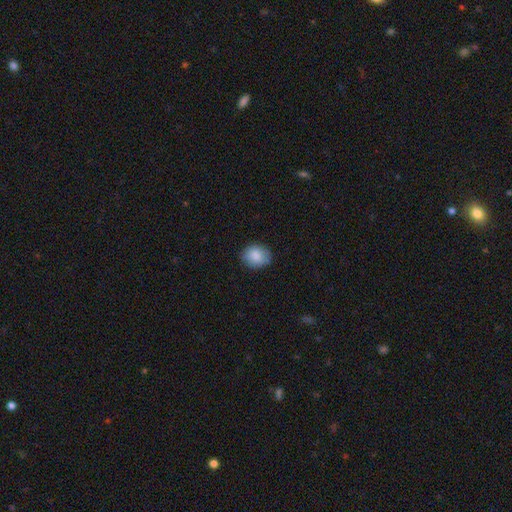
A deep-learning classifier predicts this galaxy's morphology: smooth-or-featured: smooth: 85% | star or artifact: 8% | featured or disk: 7%
  how-rounded: round: 54% | in between: 45% | cigar-shaped: 1%
  merging: none: 83% | minor disturbance: 14% | major disturbance: 3% | merger: 1%